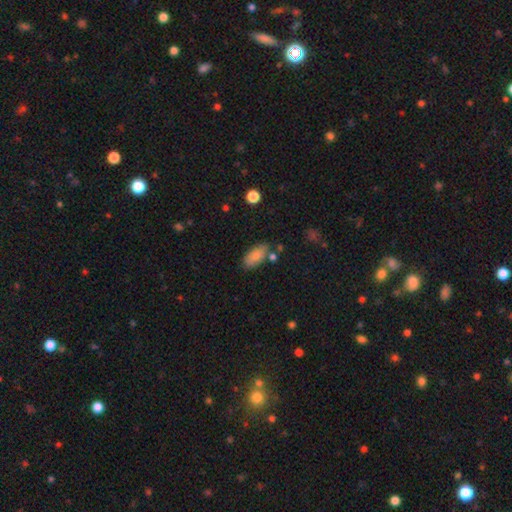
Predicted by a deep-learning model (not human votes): Smooth or featured? smooth (82%)
How rounded? in between (90%)
Merging? none (75%)